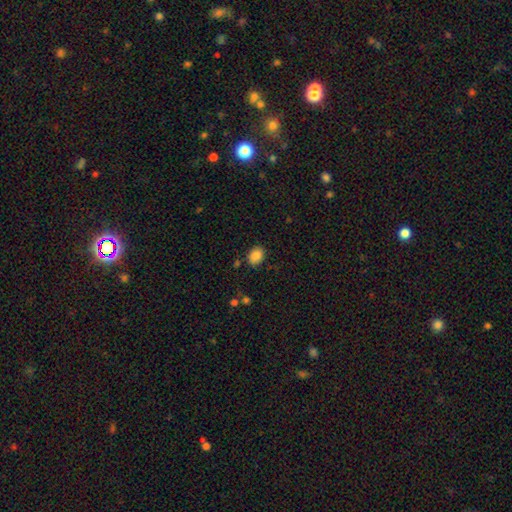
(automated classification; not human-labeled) This is clearly a smooth galaxy (87%). How rounded: likely in between (67%). Merging: clearly none (80%).